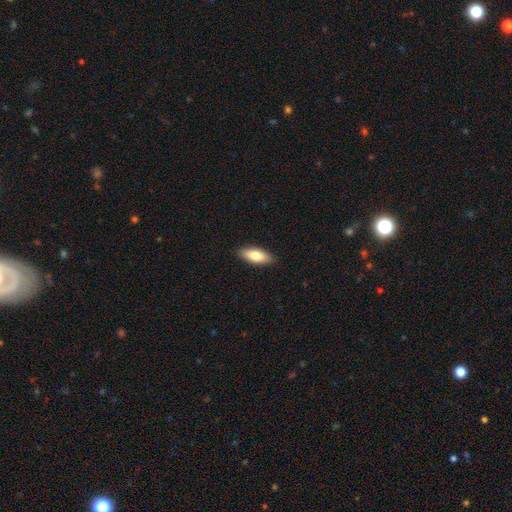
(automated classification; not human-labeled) smooth-or-featured: smooth: 78% | featured or disk: 16% | star or artifact: 6%
  how-rounded: in between: 80% | cigar-shaped: 18% | round: 2%
  merging: none: 89% | minor disturbance: 8% | major disturbance: 2% | merger: 1%